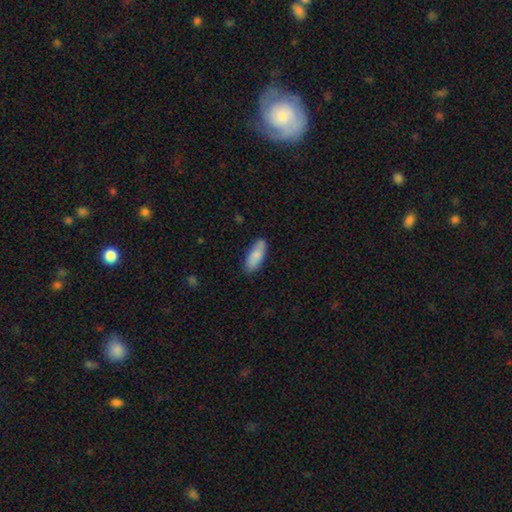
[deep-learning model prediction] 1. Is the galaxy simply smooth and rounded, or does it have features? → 85% smooth, 9% featured or disk, 6% star or artifact.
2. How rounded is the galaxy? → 74% in between, 24% cigar-shaped, 2% round.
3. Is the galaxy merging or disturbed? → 80% none, 16% minor disturbance, 3% major disturbance, 2% merger.